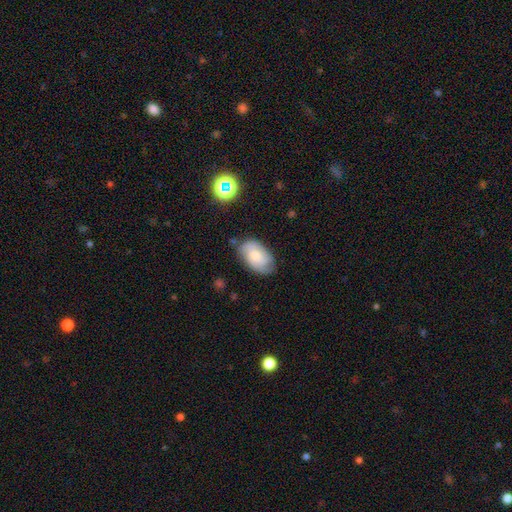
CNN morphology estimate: Smooth or featured: featured or disk — 56% (smooth — 36%)
Edge-on disk: no — 96% (yes — 4%)
Bar: no — 69% (weak — 27%)
Spiral arms: yes — 90% (no — 10%)
Bulge size: small — 48% (moderate — 37%)
Merging: none — 73% (minor disturbance — 20%)